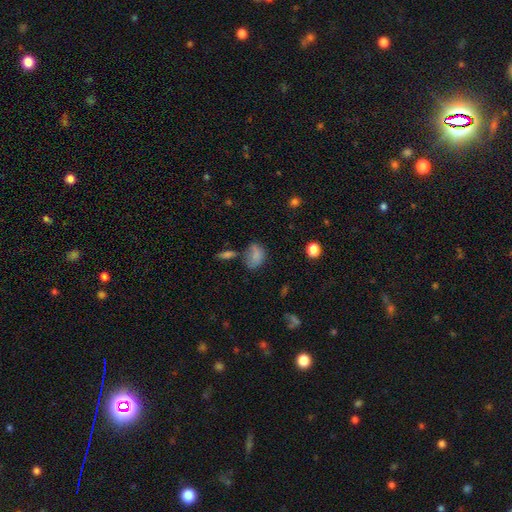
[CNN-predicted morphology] Smooth or featured: smooth — 76% (featured or disk — 12%)
How rounded: in between — 76% (round — 22%)
Merging: none — 46% (minor disturbance — 28%)